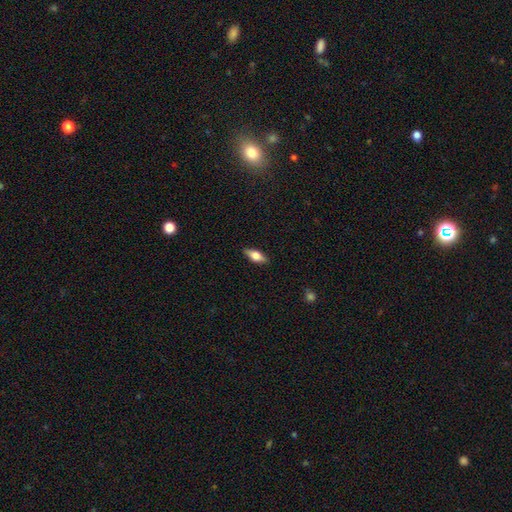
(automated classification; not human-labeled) smooth_or_featured: smooth (p=0.61) [alt: featured or disk p=0.33]
how_rounded: in between (p=0.72) [alt: cigar-shaped p=0.24]
merging: none (p=0.88) [alt: minor disturbance p=0.09]